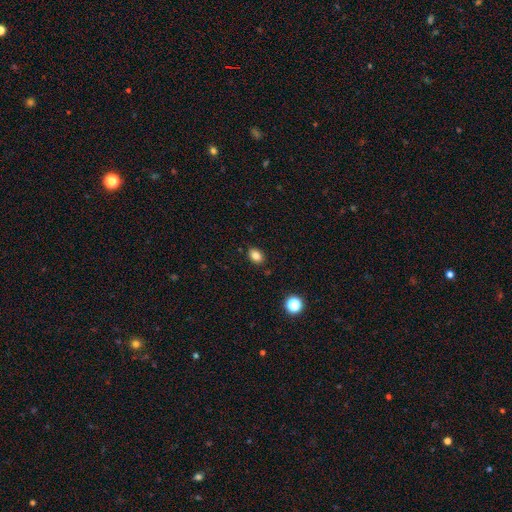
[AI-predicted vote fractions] The model was most divided on "how rounded": in between: 73%, round: 26%, cigar-shaped: 1%. More confident: merging — none (86%); smooth or featured — smooth (83%).